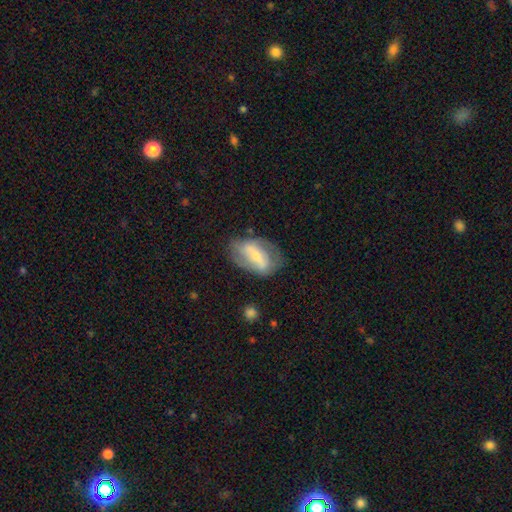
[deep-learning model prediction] This appears to be a featured or disk galaxy (60%) with a strong bar (51%), spiral arms (65%) and a small central bulge (52%). Merging: none (63%).